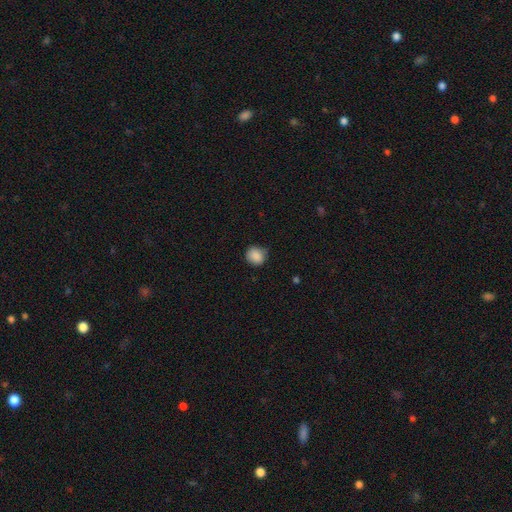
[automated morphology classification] type=smooth (88%); roundness=round (81%); merging=none (72%).